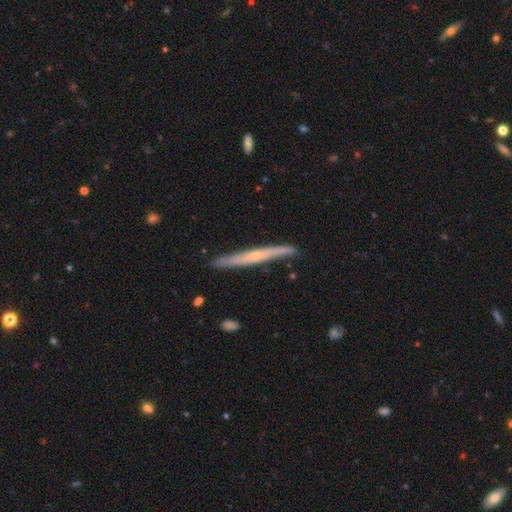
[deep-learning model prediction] Smooth or featured?
  - featured or disk: 67% *
  - smooth: 27%
  - star or artifact: 6%
Edge-on disk?
  - yes: 95% *
  - no: 5%
Edge-on bulge?
  - rounded: 63% *
  - none: 33%
  - boxy: 4%
Merging?
  - none: 86% *
  - minor disturbance: 11%
  - major disturbance: 2%
  - merger: 1%